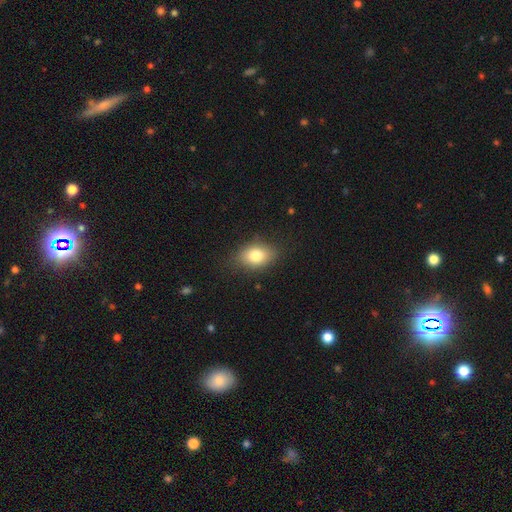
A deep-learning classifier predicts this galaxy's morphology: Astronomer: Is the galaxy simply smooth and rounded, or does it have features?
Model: smooth — 80%.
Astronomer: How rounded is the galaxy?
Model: in between — 78%.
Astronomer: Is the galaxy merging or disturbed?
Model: none — 81%.